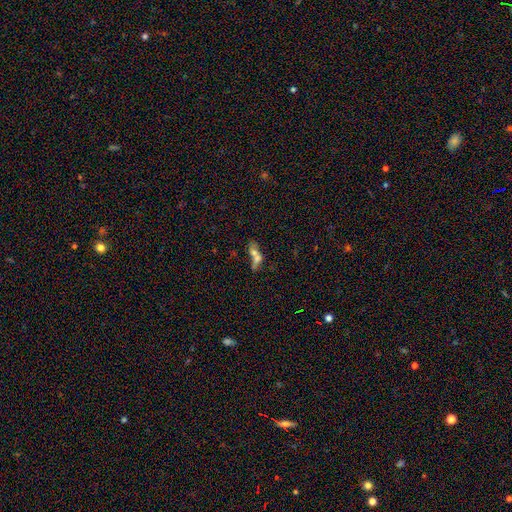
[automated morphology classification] Q: Smooth or featured?
A: smooth (55%); runner-up: featured or disk (32%)
Q: How rounded?
A: in between (58%); runner-up: cigar-shaped (22%)
Q: Merging?
A: merger (66%); runner-up: none (18%)